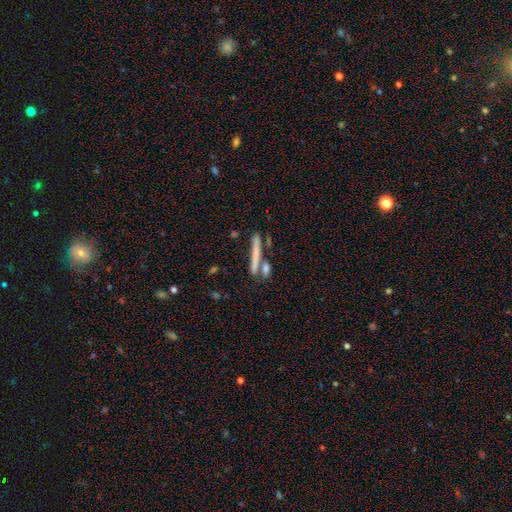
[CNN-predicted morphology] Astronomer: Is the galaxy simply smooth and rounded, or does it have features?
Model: smooth — 61%.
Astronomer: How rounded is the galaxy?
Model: cigar-shaped — 92%.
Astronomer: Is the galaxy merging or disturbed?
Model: none — 69%.